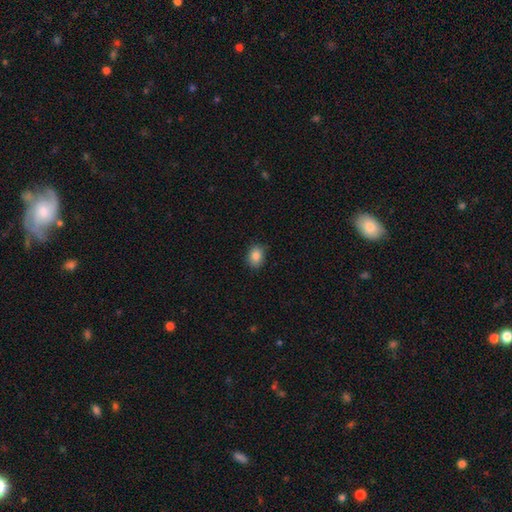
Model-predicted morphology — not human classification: smooth-or-featured: smooth: 86% | star or artifact: 9% | featured or disk: 5%
  how-rounded: in between: 59% | round: 40% | cigar-shaped: 1%
  merging: none: 85% | minor disturbance: 12% | major disturbance: 2% | merger: 1%